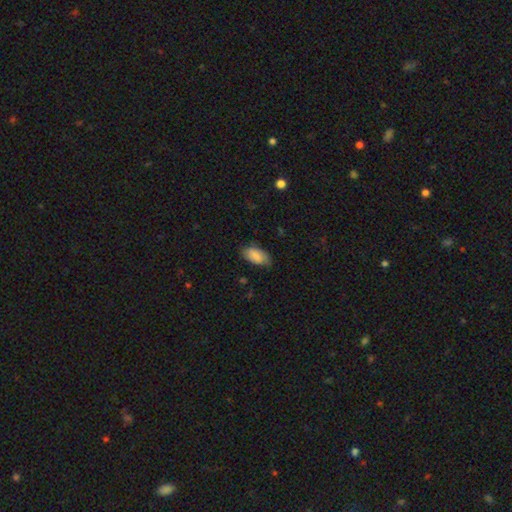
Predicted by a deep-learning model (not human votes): Smooth or featured? Predicted: smooth (p=0.86). How rounded? Predicted: in between (p=0.93). Merging? Predicted: none (p=0.71).